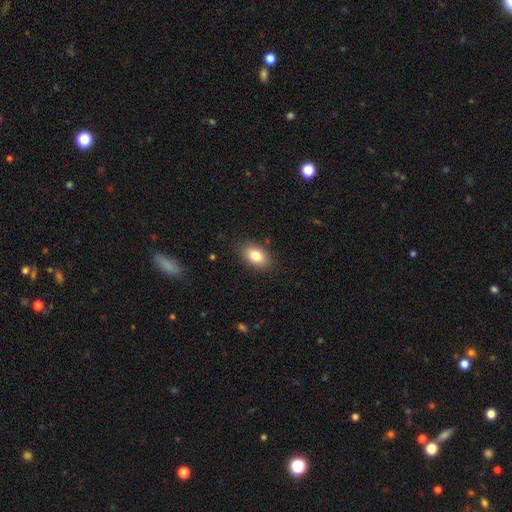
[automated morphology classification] Overall: smooth (83%). How rounded: in between (89%). Merging: none (86%).